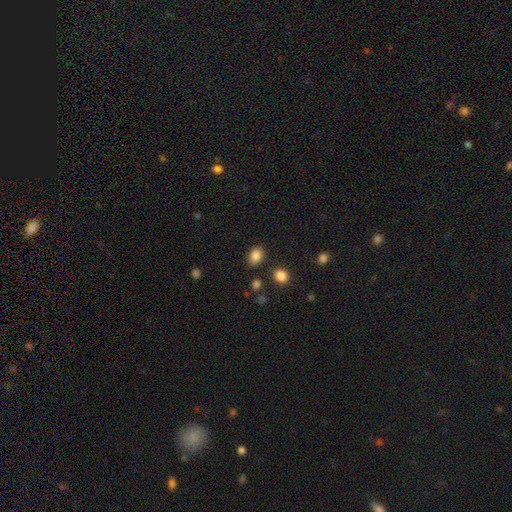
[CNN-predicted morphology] smooth 85%, star or artifact 10%, featured or disk 4%. Down the decision tree: how rounded — in between (68%); merging — none (80%).